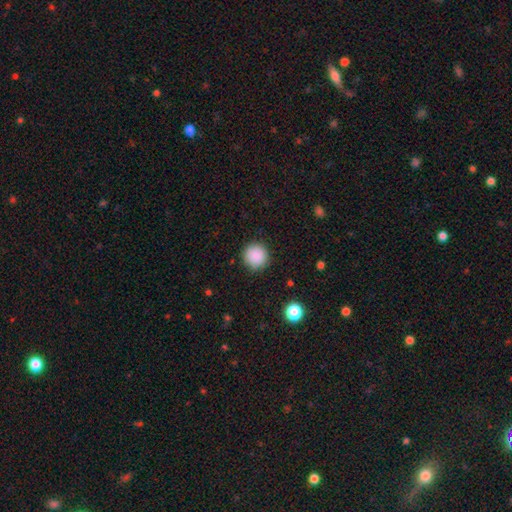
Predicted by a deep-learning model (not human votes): Morphology: type=smooth (88%); roundness=round (95%); merging=none (89%).